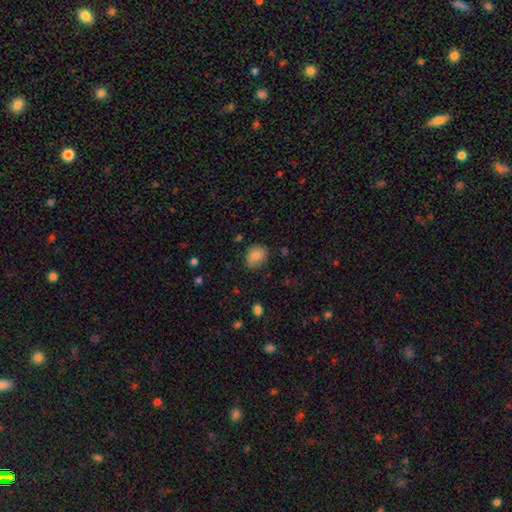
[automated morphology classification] Smooth or featured? smooth (83%)
How rounded? in between (53%)
Merging? none (74%)